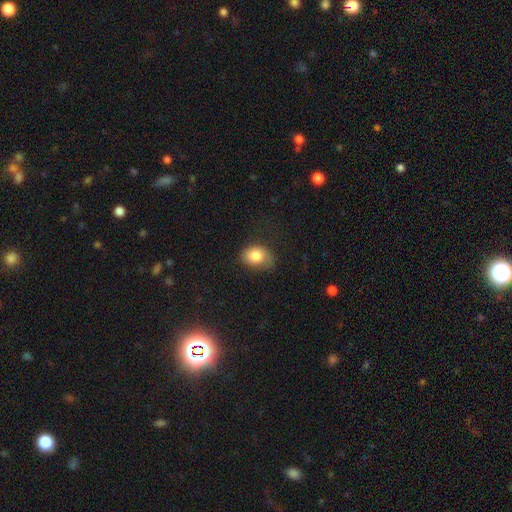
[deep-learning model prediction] Smooth or featured?
  - smooth: 82% *
  - featured or disk: 9%
  - star or artifact: 9%
How rounded?
  - in between: 68% *
  - round: 31%
  - cigar-shaped: 1%
Merging?
  - none: 62% *
  - minor disturbance: 27%
  - major disturbance: 9%
  - merger: 1%